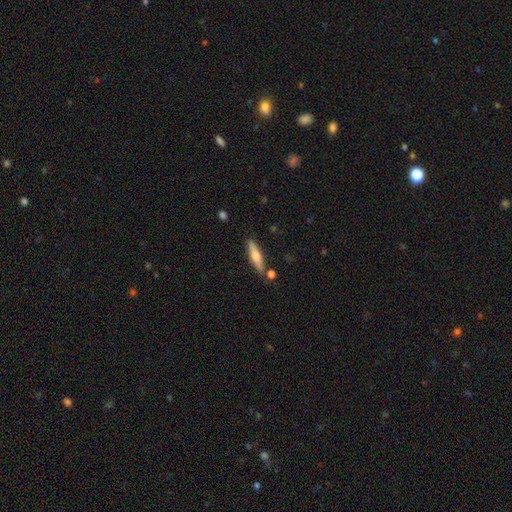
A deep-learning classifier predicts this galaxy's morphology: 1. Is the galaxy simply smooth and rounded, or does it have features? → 55% smooth, 39% featured or disk, 6% star or artifact.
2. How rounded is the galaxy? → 79% cigar-shaped, 19% in between, 2% round.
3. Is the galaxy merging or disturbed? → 83% none, 10% minor disturbance, 5% merger, 2% major disturbance.